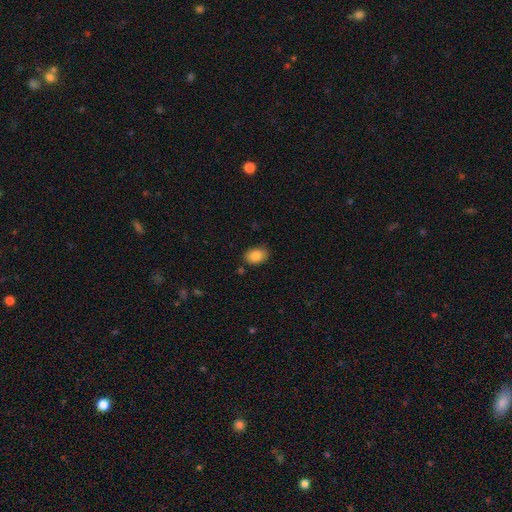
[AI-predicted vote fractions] A smooth galaxy with no disk features (86%) that is in between round and cigar-shaped (78%).

Vote fractions:
- Smooth or featured? smooth: 86% / star or artifact: 8% / featured or disk: 7%
- How rounded? in between: 78% / round: 21% / cigar-shaped: 1%
- Merging? none: 80% / minor disturbance: 15% / major disturbance: 3% / merger: 3%